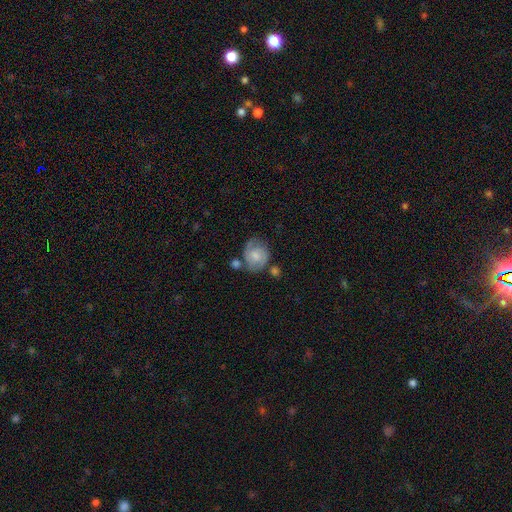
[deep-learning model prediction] Morphology: type=smooth (48%); merging=none (53%).